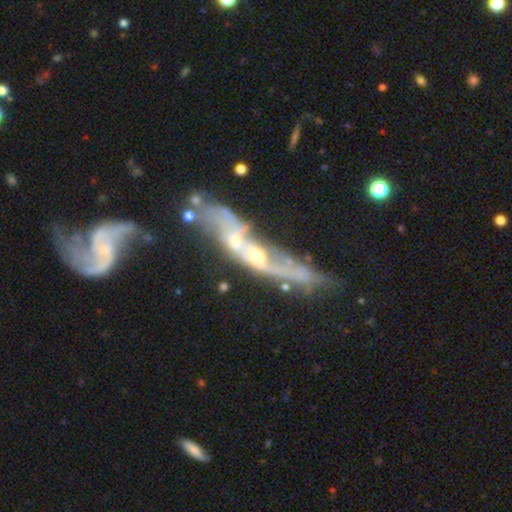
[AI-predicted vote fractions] Smooth or featured? Predicted: featured or disk (p=0.76). Edge-on disk? Predicted: no (p=0.65). Merging? Predicted: merger (p=0.46).